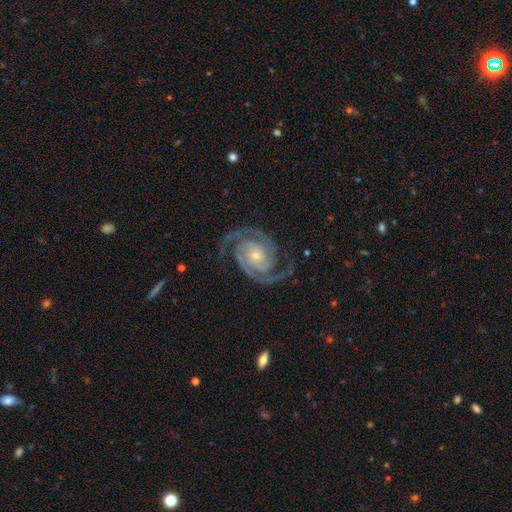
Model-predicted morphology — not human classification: The model was most divided on "spiral winding": tight: 58%, medium: 38%, loose: 5%. More confident: spiral arms — yes (99%); edge-on disk — no (98%); smooth or featured — featured or disk (94%); spiral arm count — 2 (90%); merging — none (82%); bar — no (69%); bulge size — small (66%).